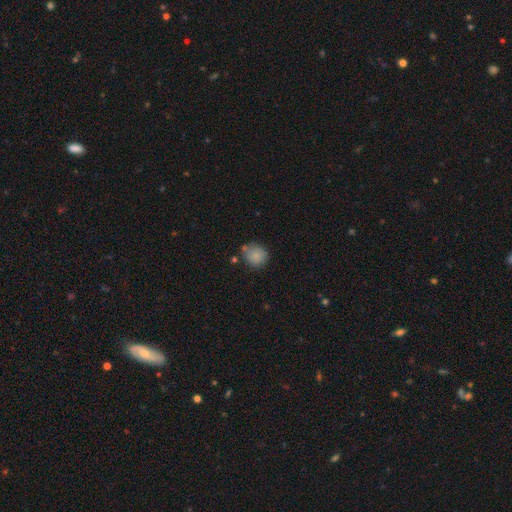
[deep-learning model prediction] Smooth or featured? smooth (85%)
How rounded? round (83%)
Merging? none (67%)